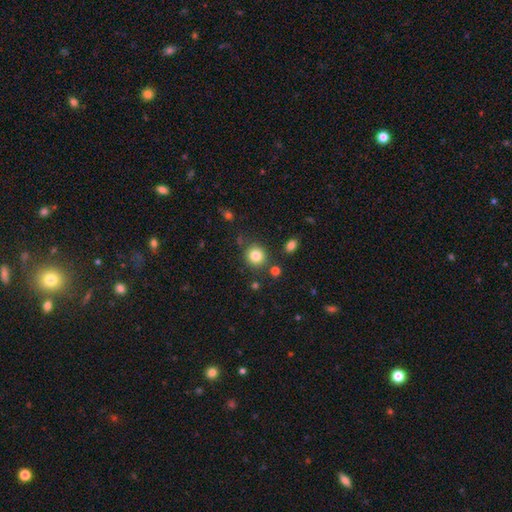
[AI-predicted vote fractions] A smooth galaxy with no disk features (83%) that is round (88%).

Vote fractions:
- Smooth or featured? smooth: 83% / star or artifact: 11% / featured or disk: 6%
- How rounded? round: 88% / in between: 11% / cigar-shaped: 1%
- Merging? none: 83% / minor disturbance: 9% / merger: 5% / major disturbance: 3%